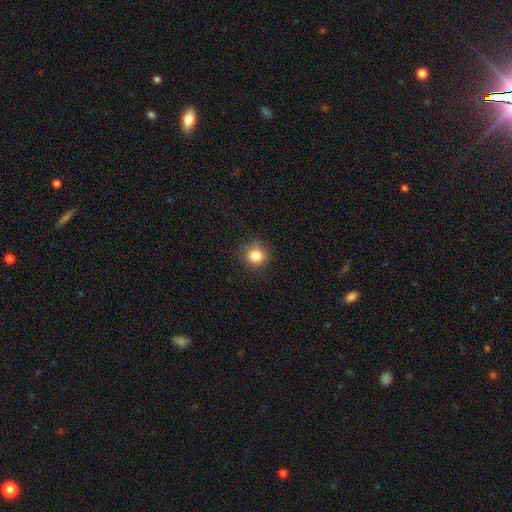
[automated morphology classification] Smooth or featured? smooth (81%)
How rounded? round (90%)
Merging? none (81%)